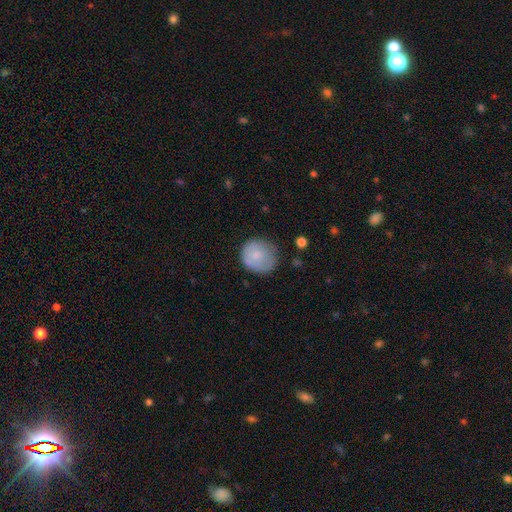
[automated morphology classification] smooth 77%, featured or disk 16%, star or artifact 7%. Down the decision tree: how rounded — round (87%); merging — none (65%).